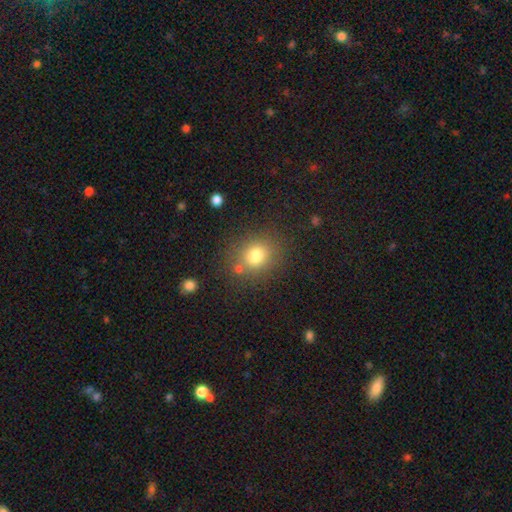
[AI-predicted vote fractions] Smooth or featured?
  - smooth: 77% *
  - star or artifact: 14%
  - featured or disk: 9%
How rounded?
  - round: 73% *
  - in between: 26%
  - cigar-shaped: 1%
Merging?
  - none: 76% *
  - minor disturbance: 11%
  - merger: 8%
  - major disturbance: 5%